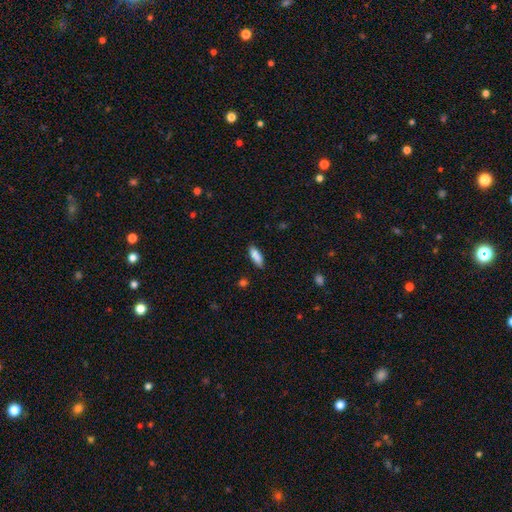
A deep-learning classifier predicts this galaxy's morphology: This appears to be a smooth galaxy with no disk features (88%) that is in between round and cigar-shaped (62%). Merging: none (86%).